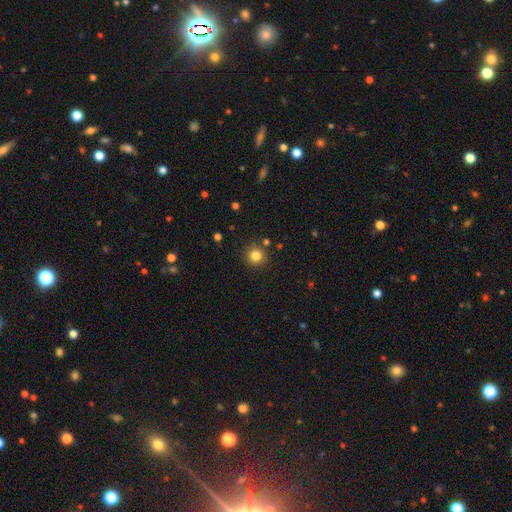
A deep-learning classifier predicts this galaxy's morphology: smooth_or_featured: smooth (p=0.82) [alt: star or artifact p=0.12]
how_rounded: round (p=0.95) [alt: in between p=0.04]
merging: none (p=0.87) [alt: minor disturbance p=0.07]